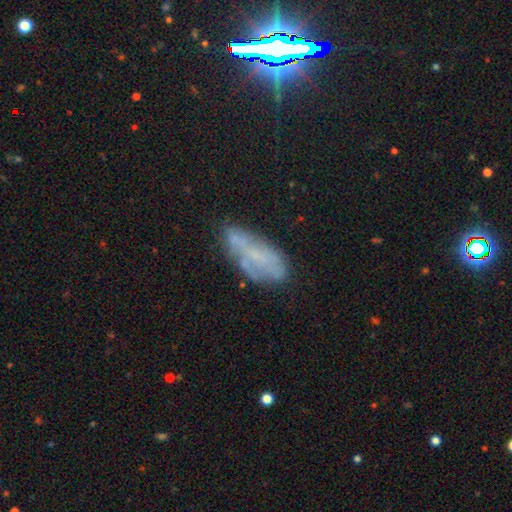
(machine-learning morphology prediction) This appears to be a featured or disk galaxy (42%). Merging: none (56%).